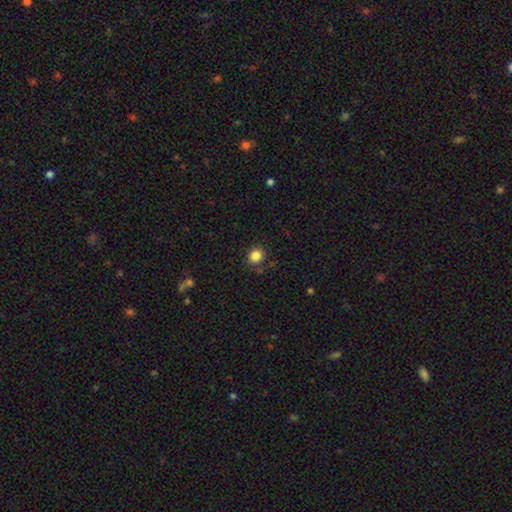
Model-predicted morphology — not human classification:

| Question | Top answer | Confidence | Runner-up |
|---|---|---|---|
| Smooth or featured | smooth | 85% | star or artifact (11%) |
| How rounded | round | 87% | in between (12%) |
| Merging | none | 84% | minor disturbance (10%) |